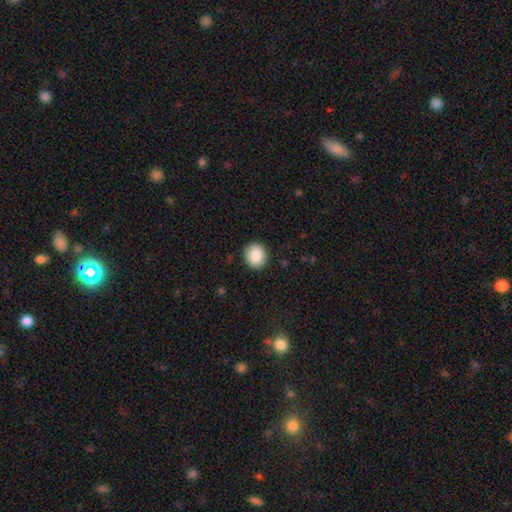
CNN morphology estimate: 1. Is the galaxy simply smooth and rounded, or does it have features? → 87% smooth, 8% star or artifact, 5% featured or disk.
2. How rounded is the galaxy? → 78% round, 21% in between, 1% cigar-shaped.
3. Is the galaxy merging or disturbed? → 91% none, 6% minor disturbance, 2% major disturbance, 1% merger.